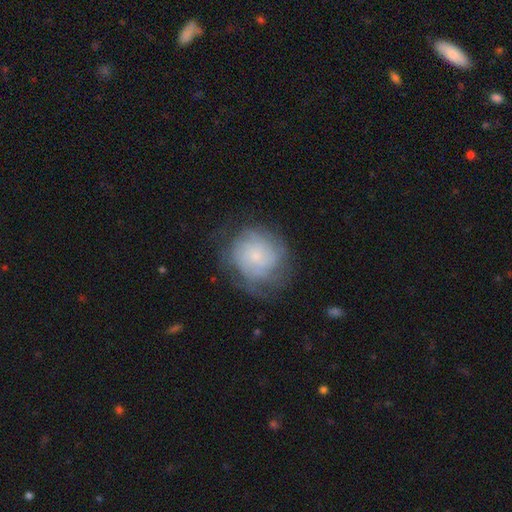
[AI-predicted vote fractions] Smooth or featured? Predicted: featured or disk (p=0.50). Merging? Predicted: none (p=0.62).